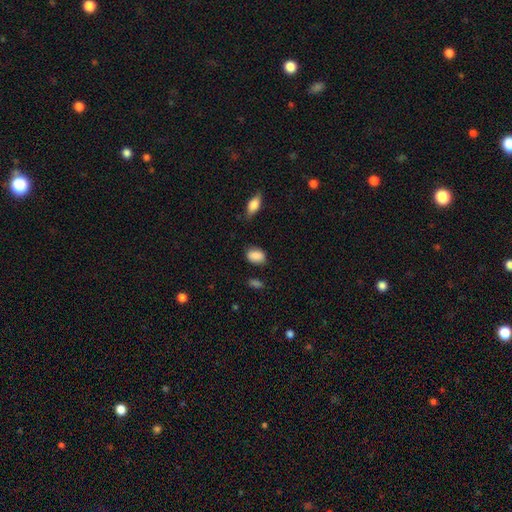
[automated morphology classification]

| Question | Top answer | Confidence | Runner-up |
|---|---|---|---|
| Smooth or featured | smooth | 88% | star or artifact (7%) |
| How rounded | in between | 83% | round (15%) |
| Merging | none | 79% | minor disturbance (15%) |